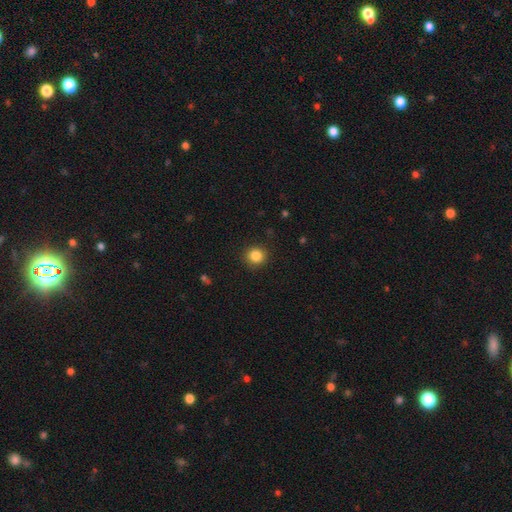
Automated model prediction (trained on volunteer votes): smooth_or_featured: smooth (p=0.85) [alt: star or artifact p=0.11]
how_rounded: round (p=0.90) [alt: in between p=0.09]
merging: none (p=0.90) [alt: minor disturbance p=0.07]